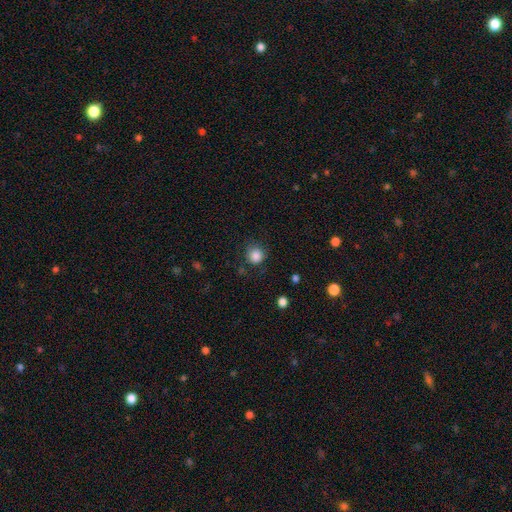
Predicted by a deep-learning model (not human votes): Smooth or featured? Predicted: smooth (p=0.86). How rounded? Predicted: round (p=0.91). Merging? Predicted: none (p=0.81).